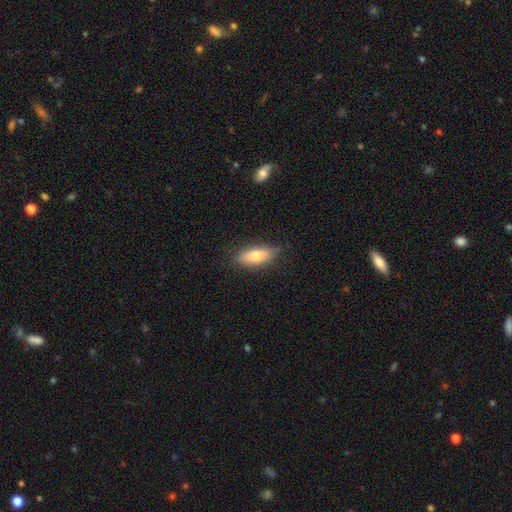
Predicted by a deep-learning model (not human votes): A smooth galaxy with no disk features (74%) that is in between round and cigar-shaped (71%). Merging: none (82%).